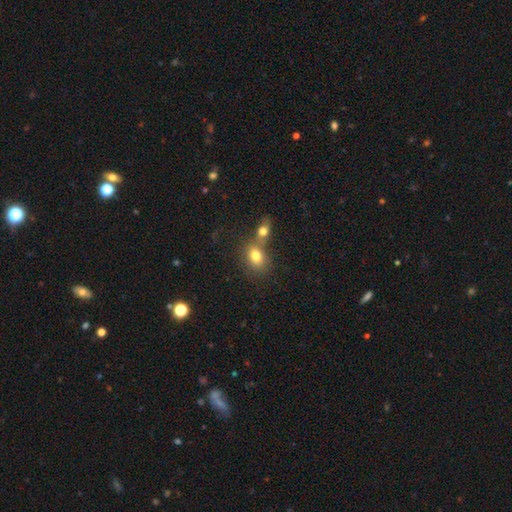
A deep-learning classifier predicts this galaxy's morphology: A smooth galaxy with no disk features (78%) that is in between round and cigar-shaped (56%). Merging: merger (47%).